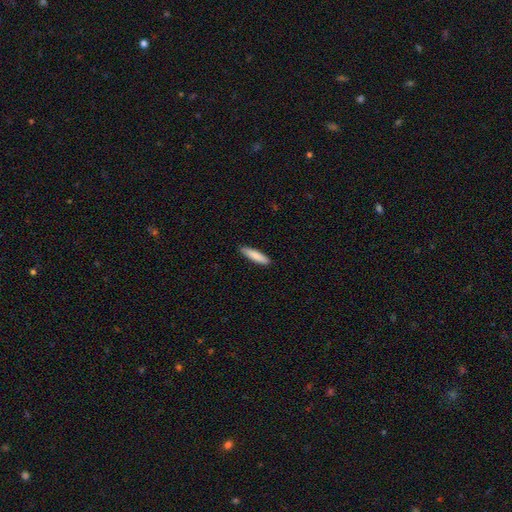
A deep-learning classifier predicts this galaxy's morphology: Q: Smooth or featured?
A: smooth (86%); runner-up: featured or disk (8%)
Q: How rounded?
A: cigar-shaped (75%); runner-up: in between (24%)
Q: Merging?
A: none (89%); runner-up: minor disturbance (8%)